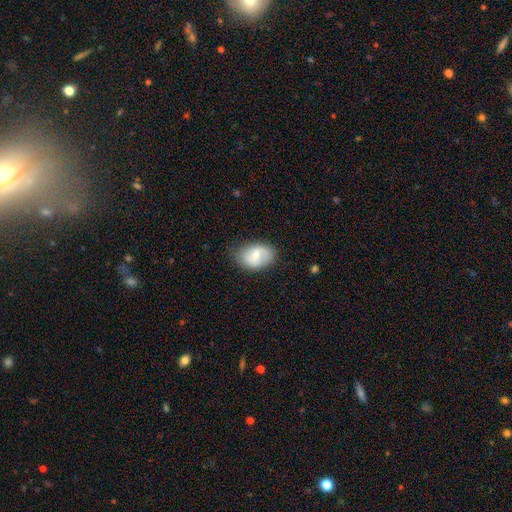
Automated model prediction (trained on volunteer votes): A smooth galaxy with no disk features (60%) that is in between round and cigar-shaped (83%).

Vote fractions:
- Smooth or featured? smooth: 60% / featured or disk: 33% / star or artifact: 7%
- How rounded? in between: 83% / round: 16% / cigar-shaped: 1%
- Merging? none: 76% / minor disturbance: 18% / major disturbance: 4% / merger: 1%